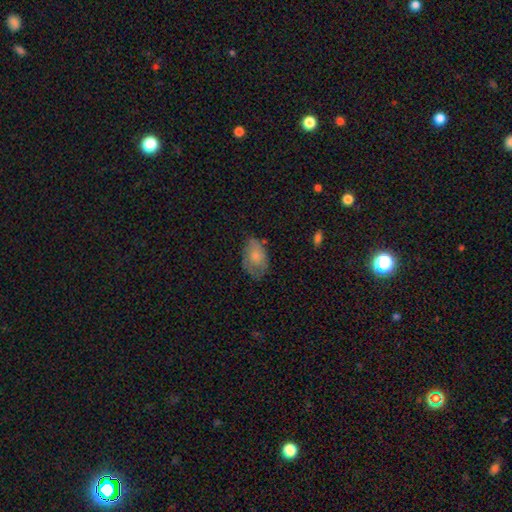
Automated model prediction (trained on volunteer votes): Morphology: type=smooth (67%); roundness=in between (88%); merging=none (57%).